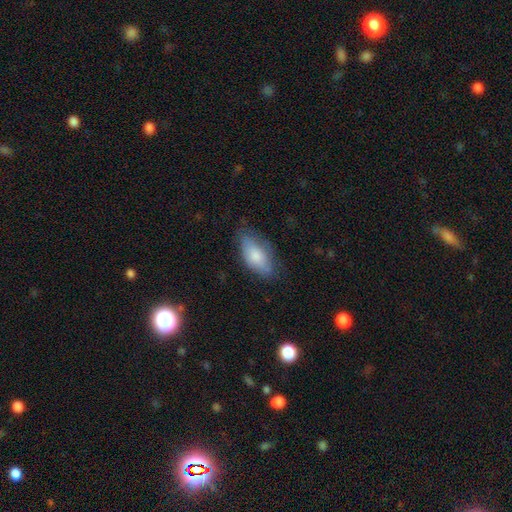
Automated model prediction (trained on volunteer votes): Q: Smooth or featured?
A: smooth (77%); runner-up: featured or disk (17%)
Q: How rounded?
A: in between (90%); runner-up: cigar-shaped (8%)
Q: Merging?
A: none (64%); runner-up: minor disturbance (28%)